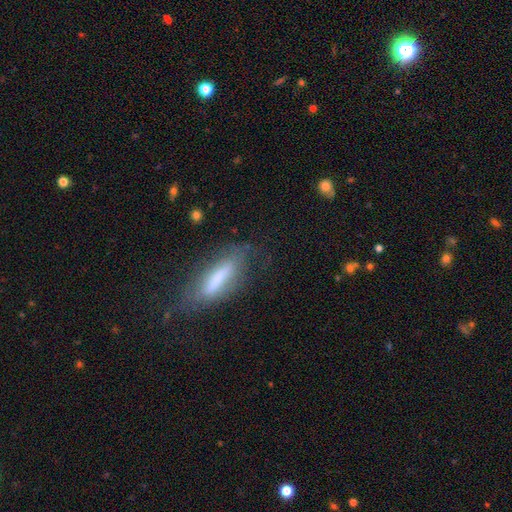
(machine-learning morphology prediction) Q: Smooth or featured?
A: smooth (48%); runner-up: featured or disk (38%)
Q: Merging?
A: none (71%); runner-up: minor disturbance (20%)